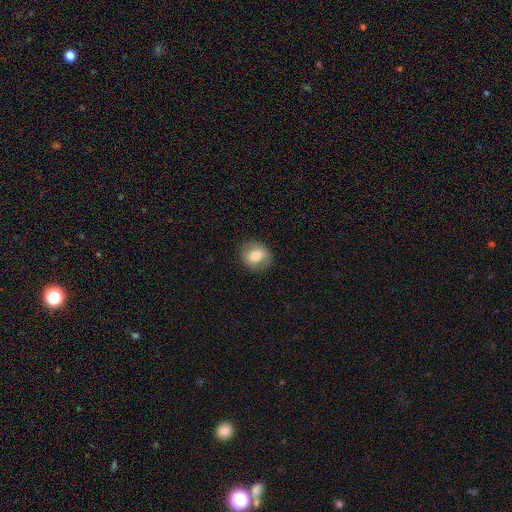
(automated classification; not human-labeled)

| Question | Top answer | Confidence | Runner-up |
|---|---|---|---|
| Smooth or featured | smooth | 69% | featured or disk (23%) |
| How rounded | round | 67% | in between (32%) |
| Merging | none | 85% | minor disturbance (11%) |